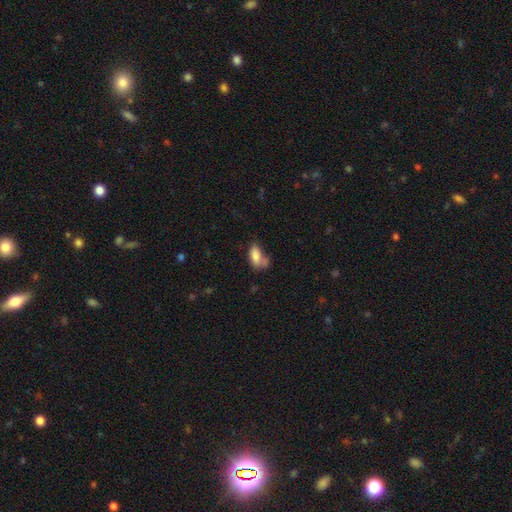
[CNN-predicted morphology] smooth_or_featured: smooth (p=0.79) [alt: featured or disk p=0.12]
how_rounded: in between (p=0.88) [alt: cigar-shaped p=0.07]
merging: none (p=0.34) [alt: merger p=0.25]